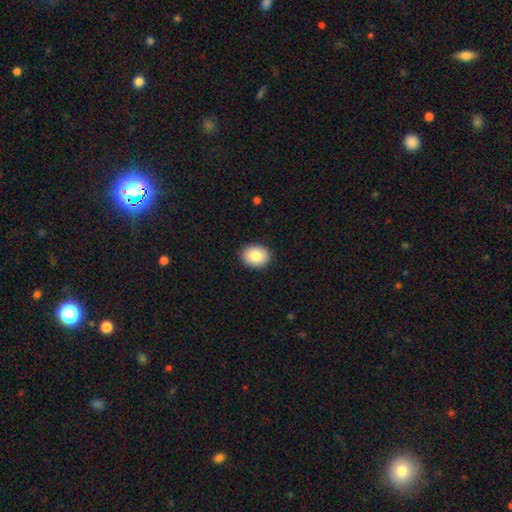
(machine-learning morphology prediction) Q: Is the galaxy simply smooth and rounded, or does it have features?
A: smooth — 84%.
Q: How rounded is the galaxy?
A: in between — 55%.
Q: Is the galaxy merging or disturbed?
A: none — 90%.